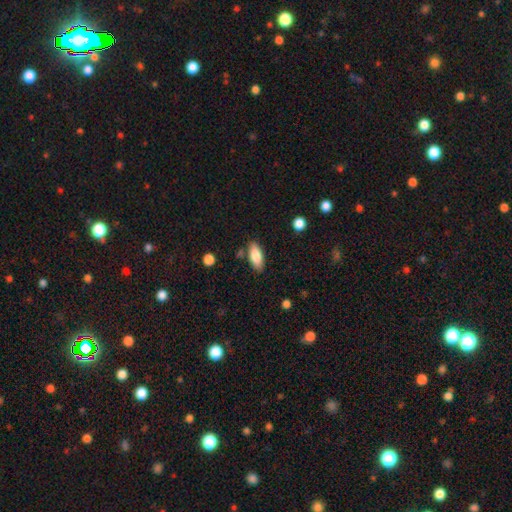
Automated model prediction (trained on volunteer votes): Overall: smooth (84%). How rounded: in between (84%). Merging: none (81%).